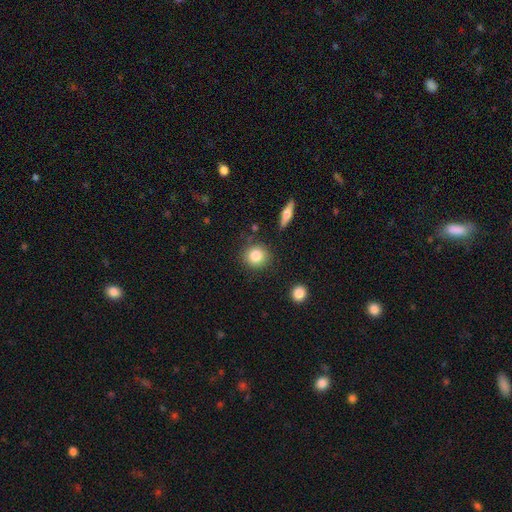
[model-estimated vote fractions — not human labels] Smooth or featured? Predicted: smooth (p=0.83). How rounded? Predicted: round (p=0.87). Merging? Predicted: none (p=0.85).